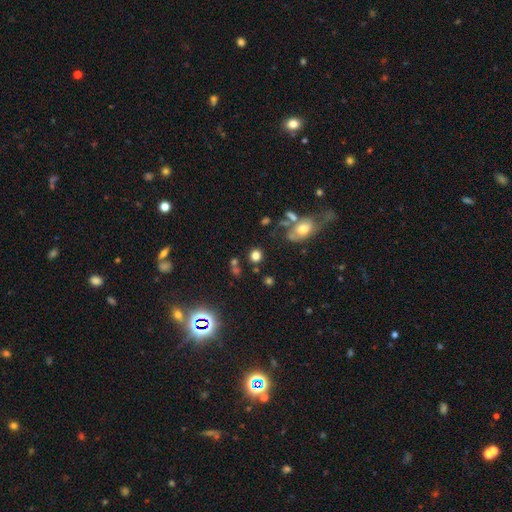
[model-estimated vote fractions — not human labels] The model was most divided on "smooth or featured": smooth: 76%, star or artifact: 16%, featured or disk: 8%. More confident: how rounded — round (80%); merging — none (73%).